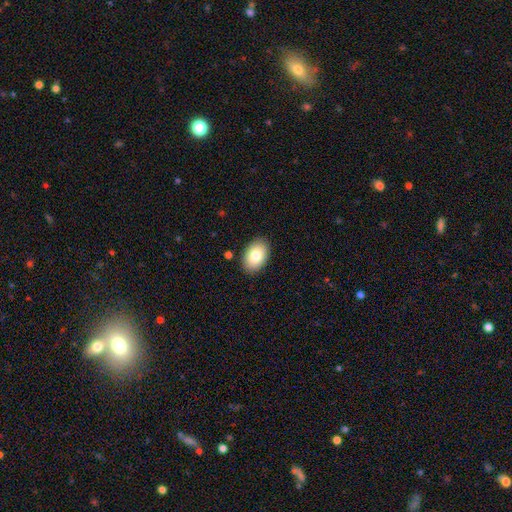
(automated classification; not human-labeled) A smooth galaxy with no disk features (84%) that is in between round and cigar-shaped (90%). Merging: none (88%).